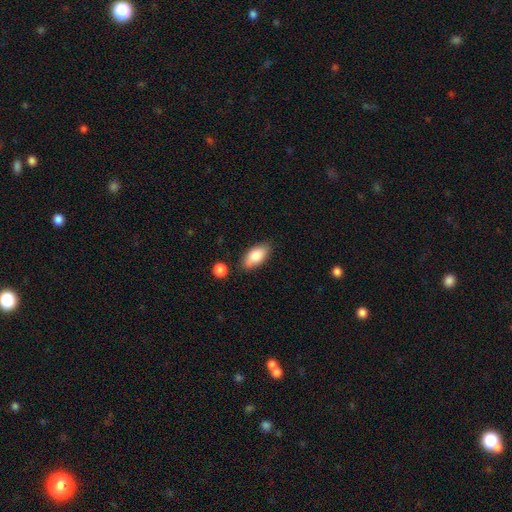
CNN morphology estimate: smooth 81%, featured or disk 12%, star or artifact 7%. Down the decision tree: how rounded — in between (90%); merging — none (78%).